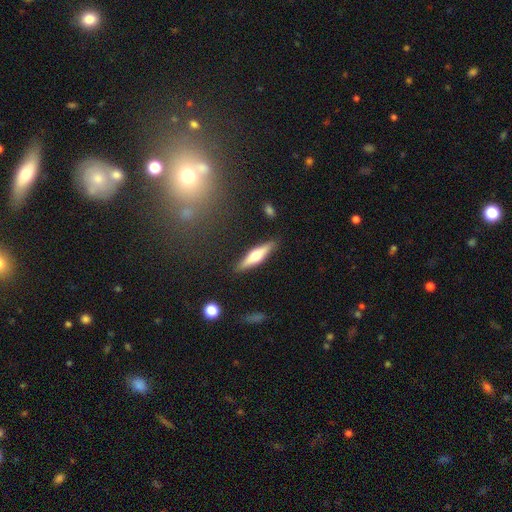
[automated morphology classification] The model was most divided on "smooth or featured": featured or disk: 51%, smooth: 44%, star or artifact: 6%. More confident: edge-on disk — yes (94%); merging — none (88%).